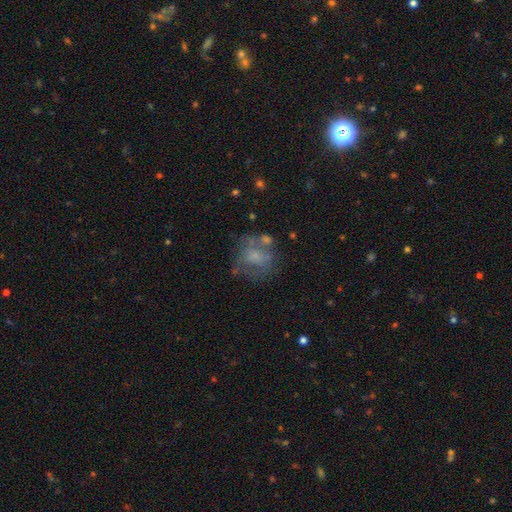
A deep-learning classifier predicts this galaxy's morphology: Smooth or featured: smooth — 47% (featured or disk — 41%)
Merging: none — 45% (major disturbance — 21%)